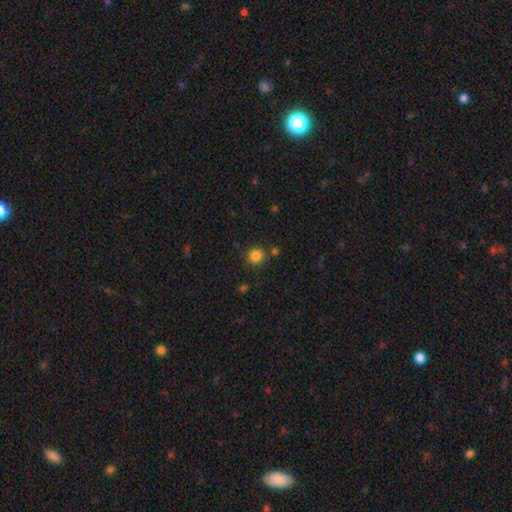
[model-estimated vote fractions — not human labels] The model was most divided on "smooth or featured": smooth: 84%, star or artifact: 12%, featured or disk: 4%. More confident: how rounded — round (89%); merging — none (83%).